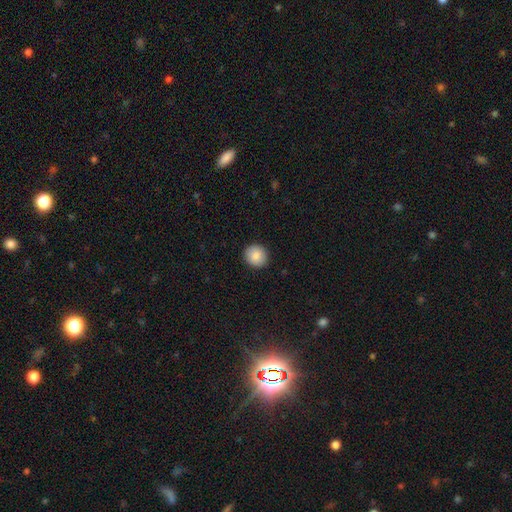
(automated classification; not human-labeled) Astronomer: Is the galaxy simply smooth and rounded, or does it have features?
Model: smooth — 87%.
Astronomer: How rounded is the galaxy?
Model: round — 90%.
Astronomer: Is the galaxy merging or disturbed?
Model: none — 92%.